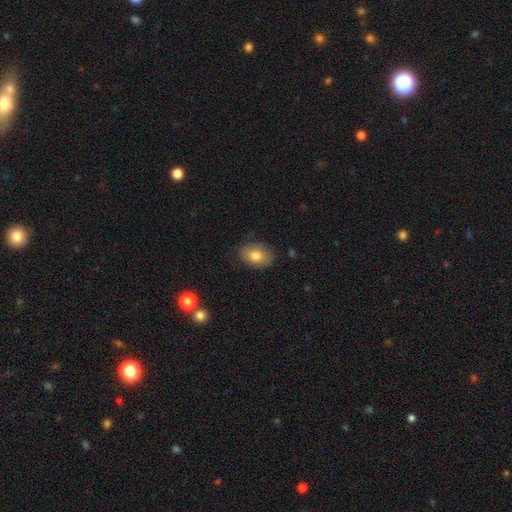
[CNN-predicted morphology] smooth 79%, featured or disk 13%, star or artifact 8%. Down the decision tree: how rounded — in between (77%); merging — none (82%).